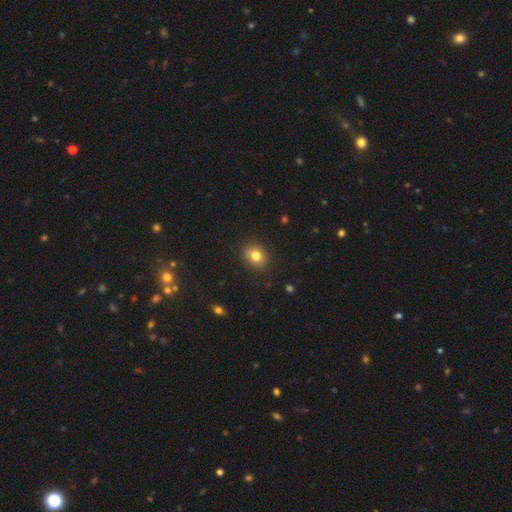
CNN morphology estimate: This is likely a smooth galaxy (80%). How rounded: possibly round (58%). Merging: clearly none (87%).